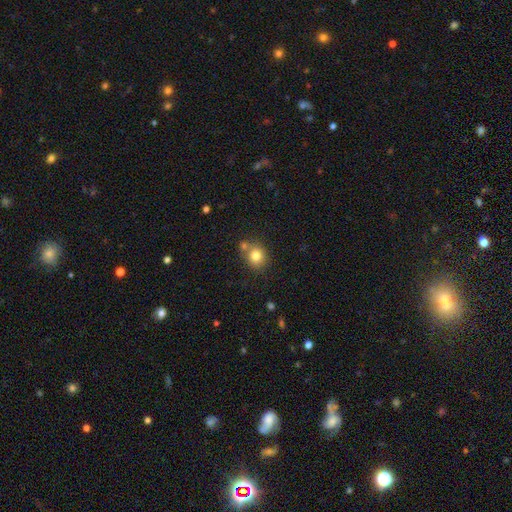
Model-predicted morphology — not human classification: Smooth or featured? smooth (80%)
How rounded? round (76%)
Merging? none (64%)